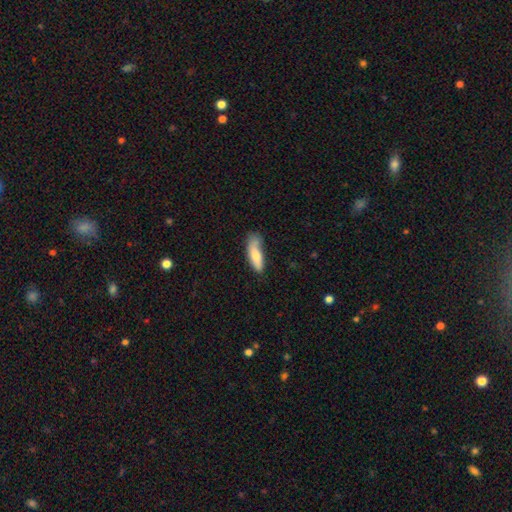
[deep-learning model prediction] A smooth galaxy with no disk features (76%) that is cigar-shaped (50%).

Vote fractions:
- Smooth or featured? smooth: 76% / featured or disk: 18% / star or artifact: 6%
- How rounded? cigar-shaped: 50% / in between: 48% / round: 2%
- Merging? none: 51% / minor disturbance: 32% / major disturbance: 12% / merger: 5%